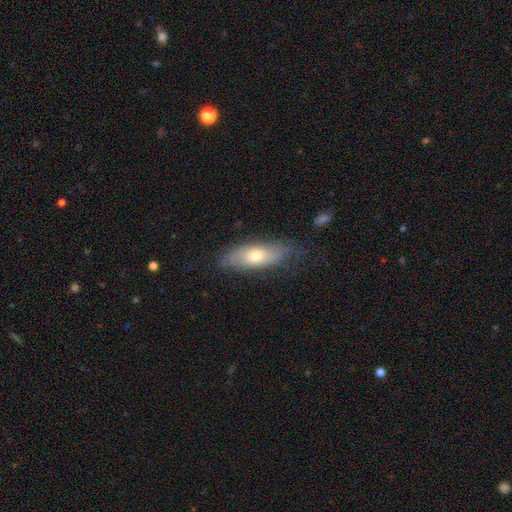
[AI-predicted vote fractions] A smooth galaxy with no disk features (57%) that is in between round and cigar-shaped (68%). Merging: none (70%).